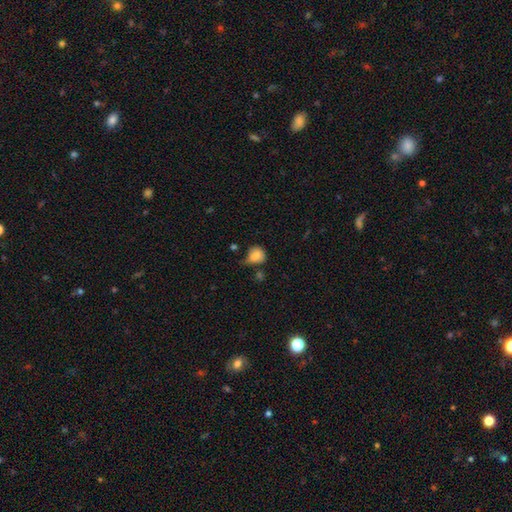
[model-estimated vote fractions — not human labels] smooth-or-featured: smooth: 78% | featured or disk: 12% | star or artifact: 10%
  how-rounded: round: 63% | in between: 36% | cigar-shaped: 1%
  merging: none: 41% | minor disturbance: 35% | major disturbance: 15% | merger: 9%